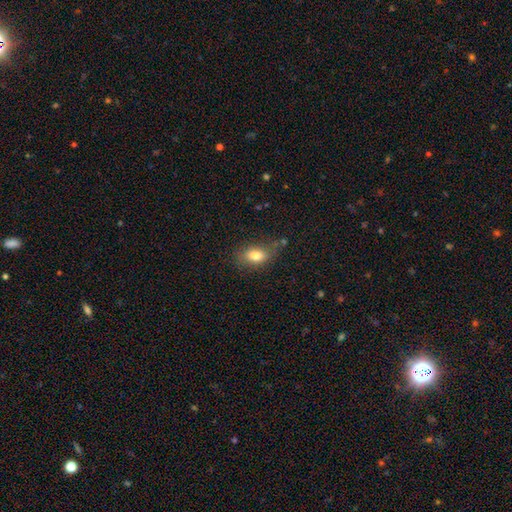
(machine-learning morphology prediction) Smooth or featured?
  - smooth: 78% *
  - featured or disk: 12%
  - star or artifact: 9%
How rounded?
  - in between: 81% *
  - round: 15%
  - cigar-shaped: 3%
Merging?
  - none: 66% *
  - minor disturbance: 21%
  - major disturbance: 8%
  - merger: 5%